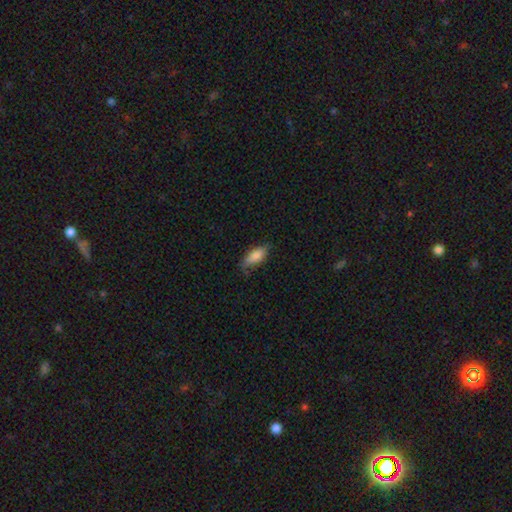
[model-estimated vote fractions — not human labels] This appears to be a smooth galaxy with no disk features (84%) that is in between round and cigar-shaped (79%). Merging: none (69%).